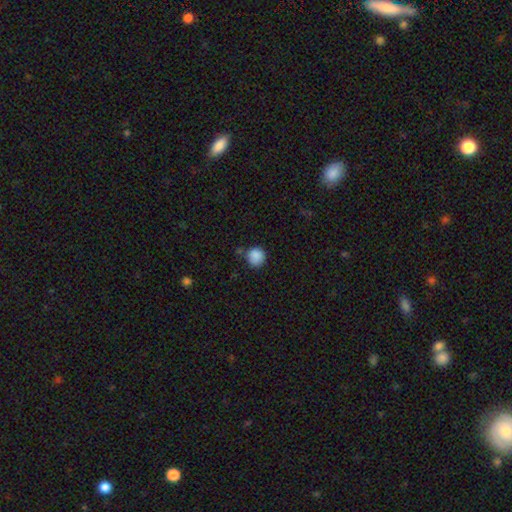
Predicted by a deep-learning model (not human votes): Overall: smooth (87%). How rounded: round (92%). Merging: none (74%).